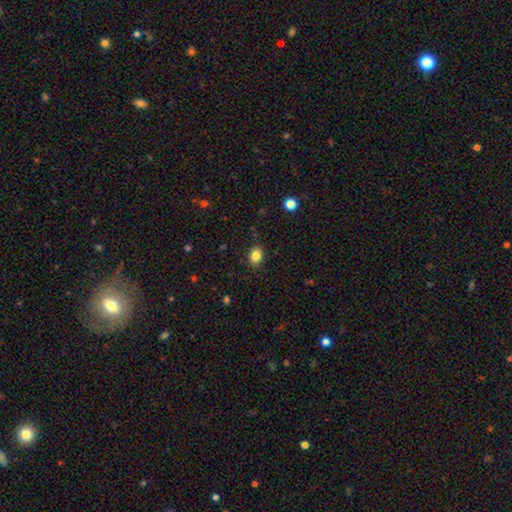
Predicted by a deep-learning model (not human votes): The model was most divided on "how rounded": in between: 56%, round: 43%, cigar-shaped: 1%. More confident: merging — none (86%); smooth or featured — smooth (84%).